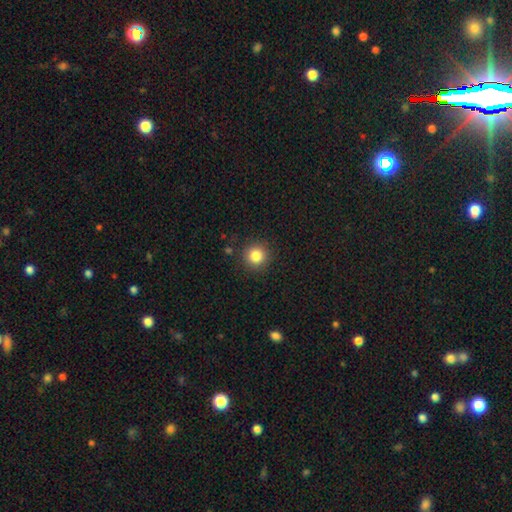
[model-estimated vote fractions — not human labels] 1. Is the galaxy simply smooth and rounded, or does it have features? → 83% smooth, 11% star or artifact, 5% featured or disk.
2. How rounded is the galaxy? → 94% round, 5% in between, 1% cigar-shaped.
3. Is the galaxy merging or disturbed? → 89% none, 7% minor disturbance, 2% major disturbance, 2% merger.